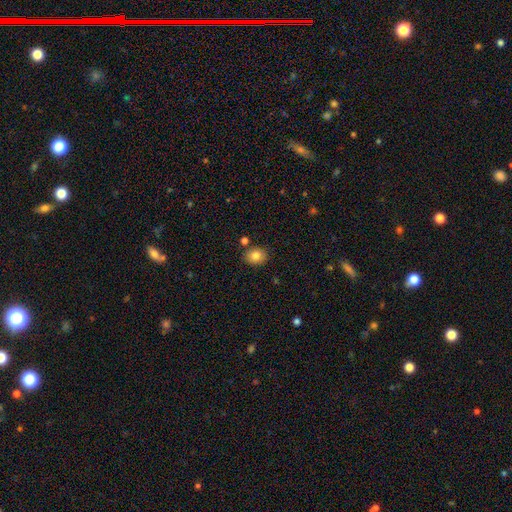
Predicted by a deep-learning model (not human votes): Q: Smooth or featured?
A: smooth (83%); runner-up: star or artifact (10%)
Q: How rounded?
A: round (53%); runner-up: in between (46%)
Q: Merging?
A: none (83%); runner-up: minor disturbance (10%)